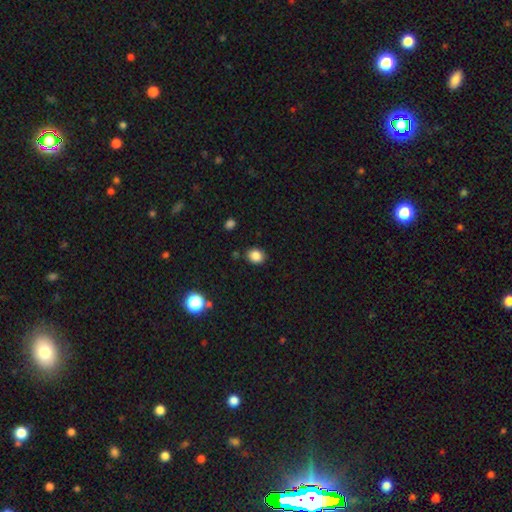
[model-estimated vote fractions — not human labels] smooth_or_featured: smooth (p=0.85) [alt: star or artifact p=0.11]
how_rounded: round (p=0.63) [alt: in between p=0.37]
merging: none (p=0.86) [alt: minor disturbance p=0.09]